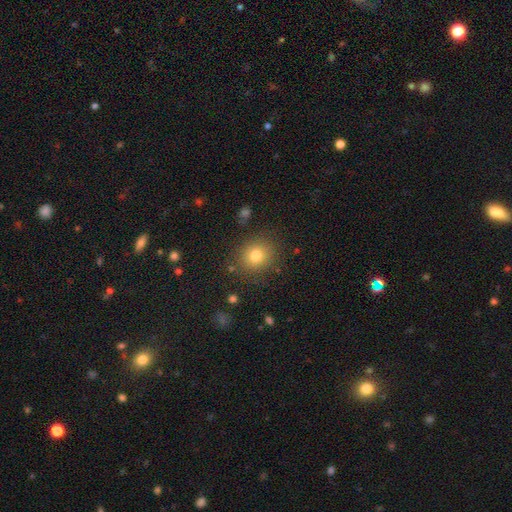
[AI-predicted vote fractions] smooth 79%, star or artifact 13%, featured or disk 8%. Down the decision tree: how rounded — round (79%); merging — none (86%).